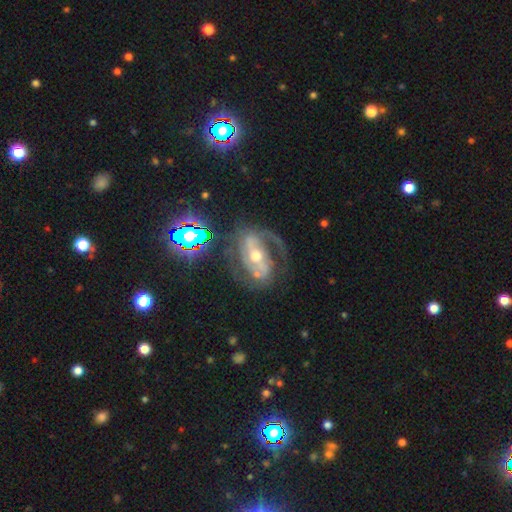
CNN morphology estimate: featured or disk 84%, star or artifact 8%, smooth 7%. Down the decision tree: edge-on disk — no (96%); bar — strong (46%); spiral arms — yes (91%); spiral arm count — 2 (76%); spiral winding — medium (50%); bulge size — moderate (68%); merging — none (58%).